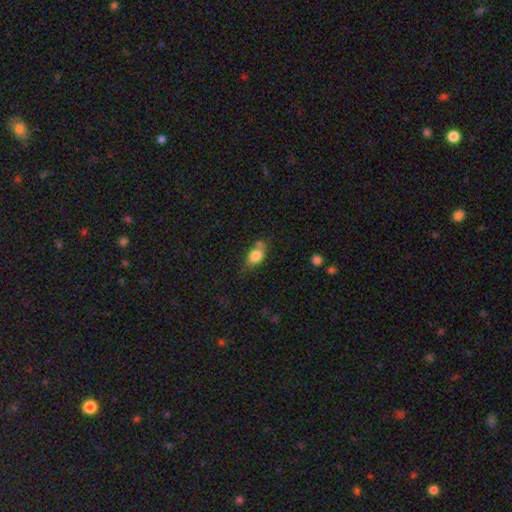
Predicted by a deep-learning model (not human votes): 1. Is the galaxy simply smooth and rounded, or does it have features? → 80% smooth, 12% featured or disk, 8% star or artifact.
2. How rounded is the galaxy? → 81% in between, 15% round, 4% cigar-shaped.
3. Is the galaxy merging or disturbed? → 50% none, 31% minor disturbance, 11% merger, 9% major disturbance.